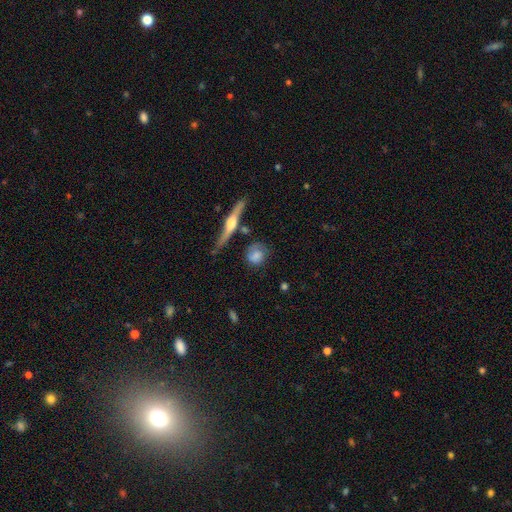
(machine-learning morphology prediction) type=smooth (54%); roundness=round (72%); merging=none (62%).